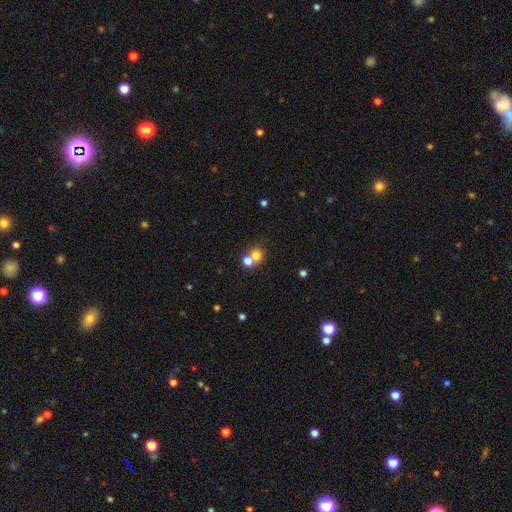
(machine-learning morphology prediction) This appears to be a smooth galaxy with no disk features (73%) that is round (80%). Merging: merger (51%).